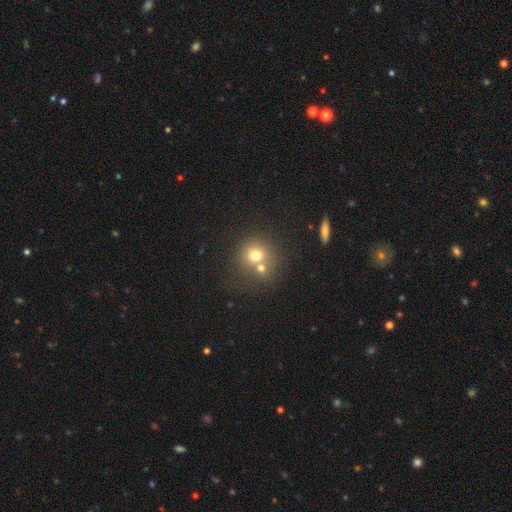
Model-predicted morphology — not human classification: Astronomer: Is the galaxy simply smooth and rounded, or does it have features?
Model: smooth — 69%.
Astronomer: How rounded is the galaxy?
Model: round — 85%.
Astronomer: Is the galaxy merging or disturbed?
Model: merger — 47% (runner-up: none, 41%).